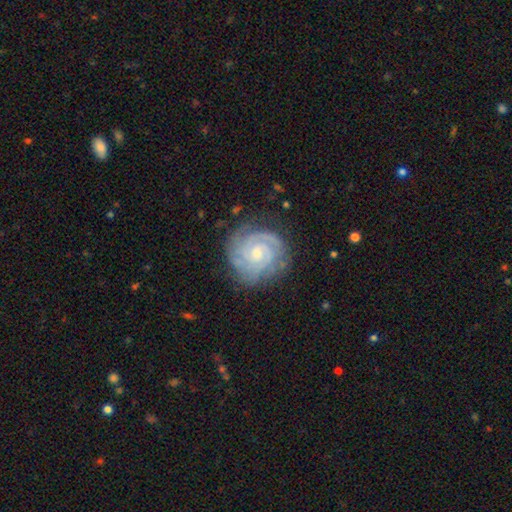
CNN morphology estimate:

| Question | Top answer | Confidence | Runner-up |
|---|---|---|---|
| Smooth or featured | featured or disk | 87% | smooth (7%) |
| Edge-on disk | no | 98% | yes (2%) |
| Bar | no | 68% | weak (26%) |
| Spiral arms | yes | 98% | no (2%) |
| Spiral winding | tight | 80% | medium (18%) |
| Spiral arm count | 3 | 31% | 2 (27%) |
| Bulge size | small | 60% | moderate (35%) |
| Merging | none | 80% | minor disturbance (14%) |